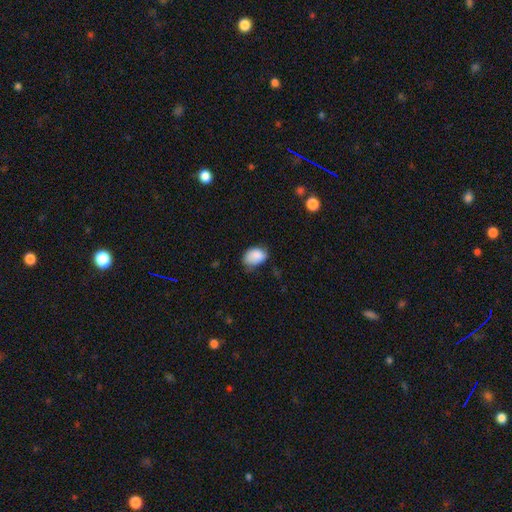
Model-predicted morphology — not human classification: This appears to be a smooth galaxy with no disk features (87%) that is in between round and cigar-shaped (79%). Merging: none (53%).